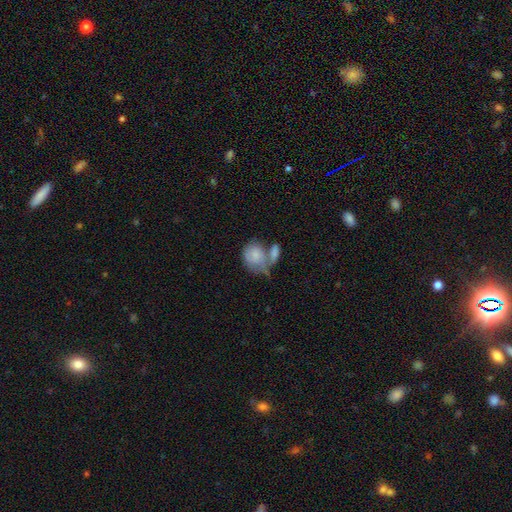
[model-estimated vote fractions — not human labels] smooth 76%, featured or disk 18%, star or artifact 6%. Down the decision tree: how rounded — round (51%); merging — merger (47%).